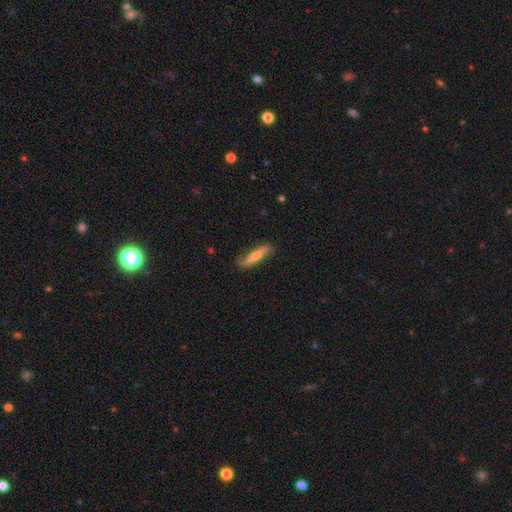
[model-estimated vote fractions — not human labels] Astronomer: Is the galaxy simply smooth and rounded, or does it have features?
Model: featured or disk — 53% (runner-up: smooth, 40%).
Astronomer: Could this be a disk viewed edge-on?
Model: yes — 71%.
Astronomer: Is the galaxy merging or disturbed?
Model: none — 81%.